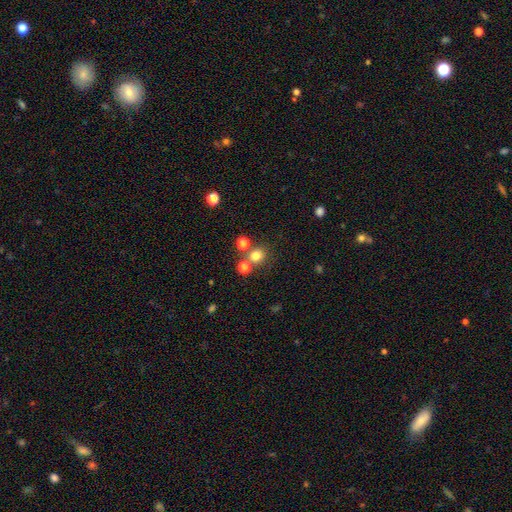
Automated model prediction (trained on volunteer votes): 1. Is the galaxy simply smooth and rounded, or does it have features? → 76% smooth, 17% star or artifact, 7% featured or disk.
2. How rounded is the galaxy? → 83% round, 17% in between, 1% cigar-shaped.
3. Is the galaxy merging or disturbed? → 68% none, 19% merger, 9% minor disturbance, 4% major disturbance.